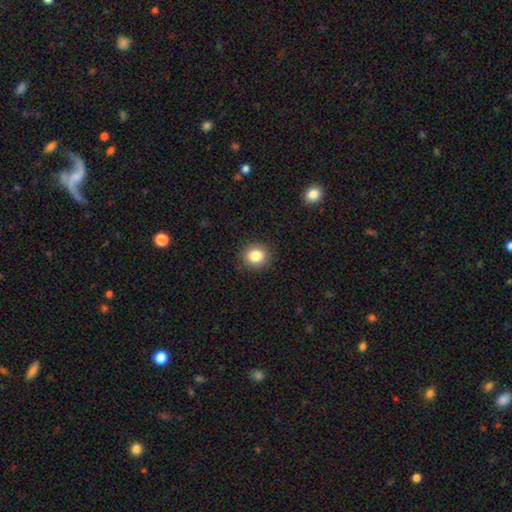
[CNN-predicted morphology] Smooth or featured?
  - smooth: 84% *
  - star or artifact: 11%
  - featured or disk: 6%
How rounded?
  - round: 85% *
  - in between: 15%
  - cigar-shaped: 1%
Merging?
  - none: 90% *
  - minor disturbance: 7%
  - major disturbance: 2%
  - merger: 1%